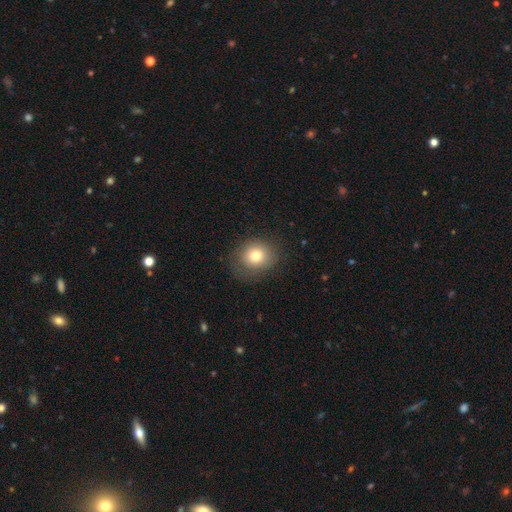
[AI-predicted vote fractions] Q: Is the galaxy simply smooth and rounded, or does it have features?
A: smooth — 77%.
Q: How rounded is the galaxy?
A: round — 71%.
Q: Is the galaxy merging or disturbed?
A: none — 79%.